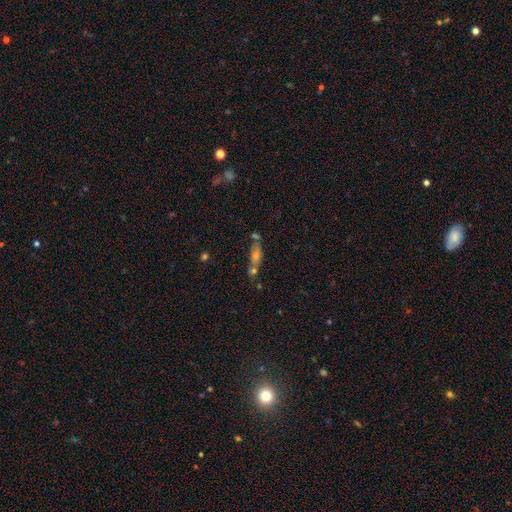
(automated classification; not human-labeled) Q: Smooth or featured?
A: smooth (46%); runner-up: featured or disk (35%)
Q: Merging?
A: none (53%); runner-up: merger (25%)